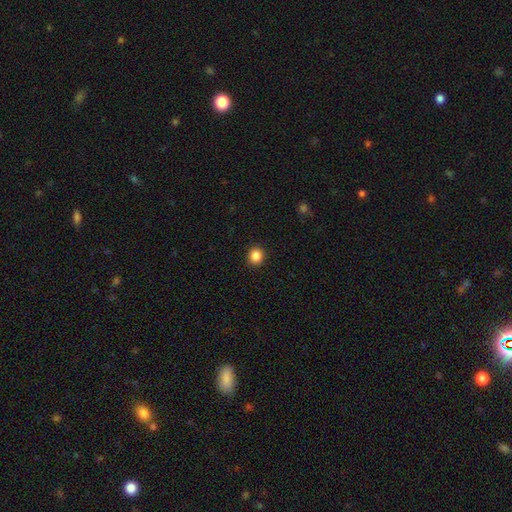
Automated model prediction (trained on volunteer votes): The model was most divided on "smooth or featured": smooth: 86%, star or artifact: 11%, featured or disk: 3%. More confident: merging — none (92%); how rounded — round (90%).